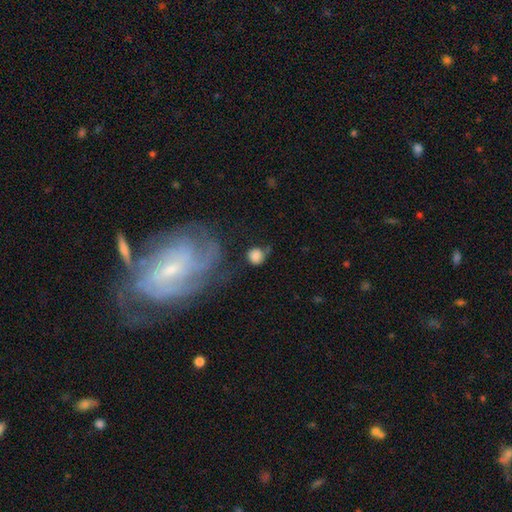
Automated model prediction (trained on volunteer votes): This appears to be a smooth galaxy with no disk features (80%) that is round (87%). Merging: none (49%).